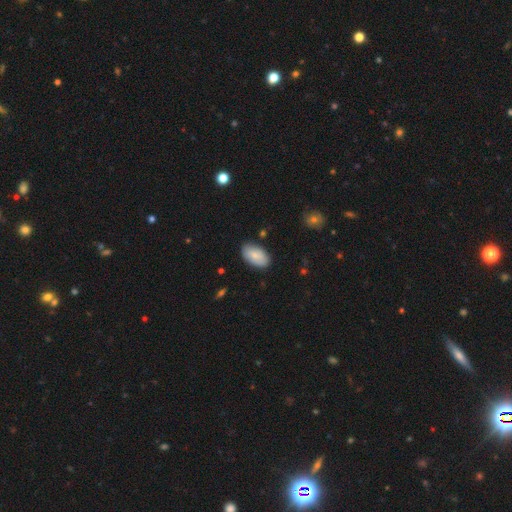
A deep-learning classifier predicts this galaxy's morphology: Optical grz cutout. It shows a smooth galaxy with no disk features (78%) that is in between round and cigar-shaped (95%). Merging: none (83%).